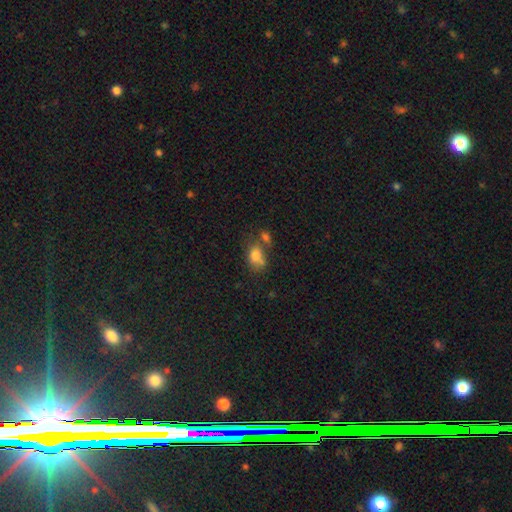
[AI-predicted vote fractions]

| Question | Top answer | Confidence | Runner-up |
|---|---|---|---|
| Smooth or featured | smooth | 77% | featured or disk (13%) |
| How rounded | in between | 69% | round (30%) |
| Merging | none | 38% | merger (36%) |